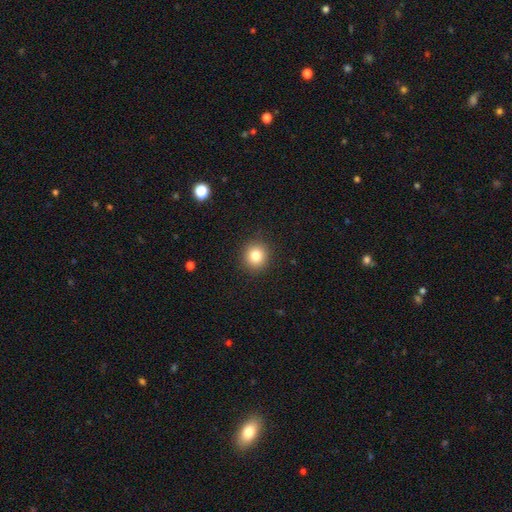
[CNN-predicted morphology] A smooth galaxy with no disk features (82%) that is round (90%).

Vote fractions:
- Smooth or featured? smooth: 82% / star or artifact: 11% / featured or disk: 7%
- How rounded? round: 90% / in between: 9% / cigar-shaped: 1%
- Merging? none: 91% / minor disturbance: 6% / major disturbance: 2% / merger: 1%